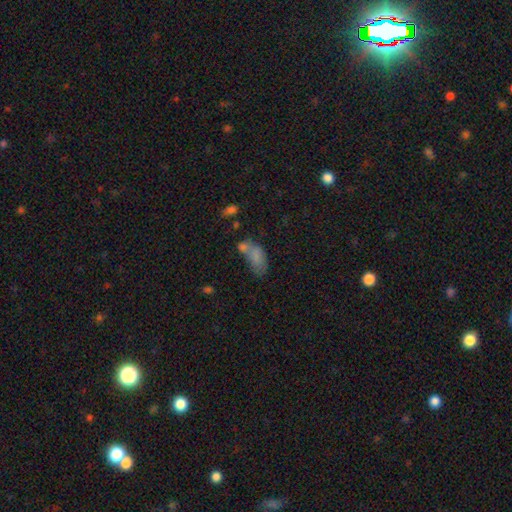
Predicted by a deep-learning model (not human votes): Smooth or featured? smooth (74%)
How rounded? in between (90%)
Merging? merger (42%)